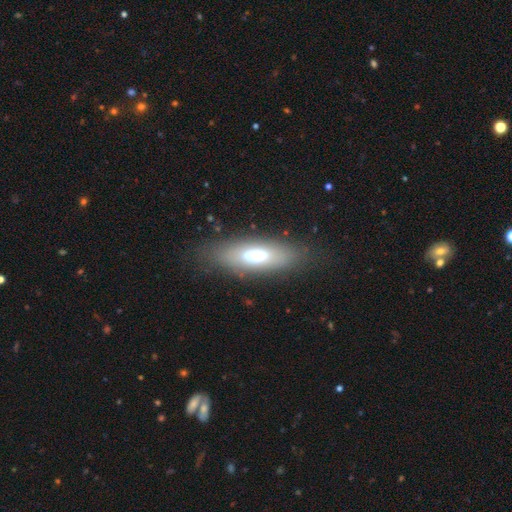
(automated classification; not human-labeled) This is likely a smooth galaxy (62%). How rounded: likely in between (71%). Merging: likely none (75%).